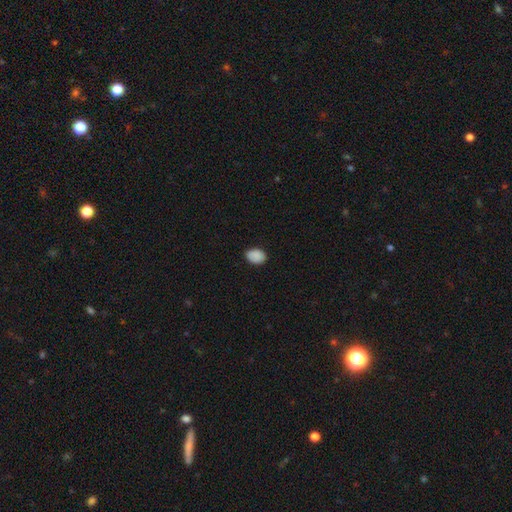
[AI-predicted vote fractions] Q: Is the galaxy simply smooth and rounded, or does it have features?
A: smooth — 89%.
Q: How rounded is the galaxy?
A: in between — 75%.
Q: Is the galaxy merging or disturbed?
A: none — 83%.